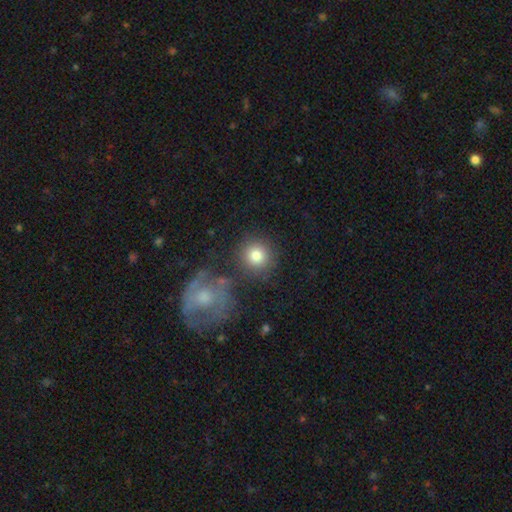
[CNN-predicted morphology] A smooth galaxy with no disk features (79%) that is round (93%).

Vote fractions:
- Smooth or featured? smooth: 79% / featured or disk: 11% / star or artifact: 10%
- How rounded? round: 93% / in between: 6% / cigar-shaped: 1%
- Merging? none: 79% / minor disturbance: 9% / merger: 8% / major disturbance: 4%